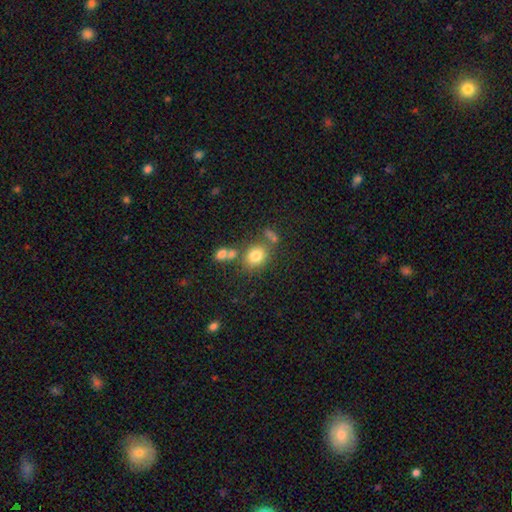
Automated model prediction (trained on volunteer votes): Q: Smooth or featured?
A: smooth (77%); runner-up: star or artifact (12%)
Q: How rounded?
A: round (62%); runner-up: in between (37%)
Q: Merging?
A: none (64%); runner-up: merger (17%)